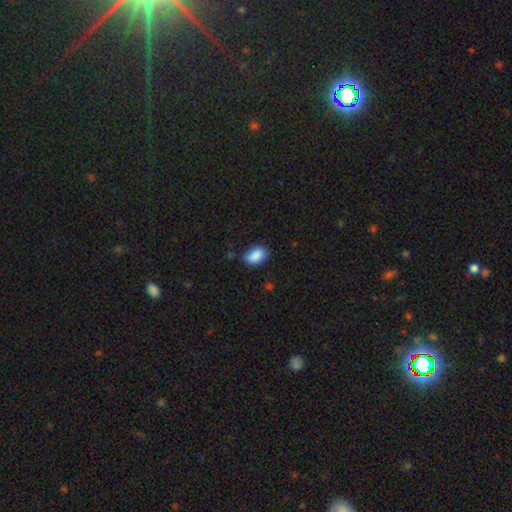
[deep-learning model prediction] Morphology: type=smooth (88%); roundness=in between (88%); merging=none (75%).